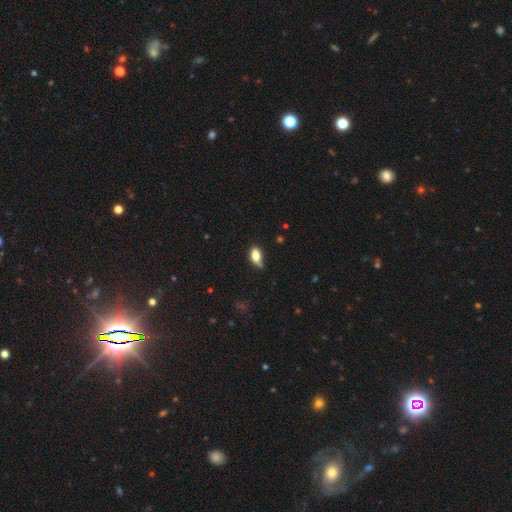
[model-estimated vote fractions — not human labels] smooth-or-featured: smooth: 79% | featured or disk: 13% | star or artifact: 8%
  how-rounded: in between: 86% | round: 8% | cigar-shaped: 6%
  merging: minor disturbance: 40% | none: 38% | major disturbance: 17% | merger: 5%